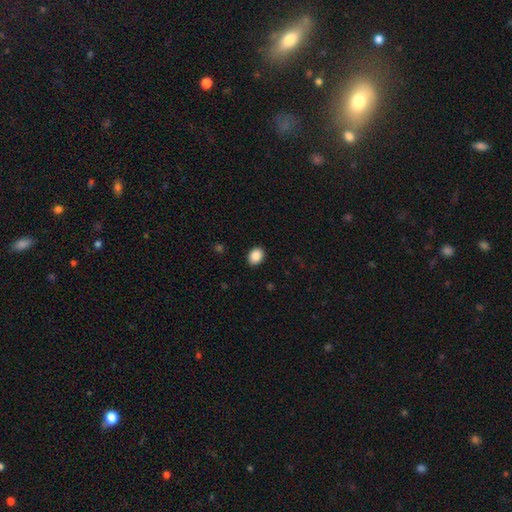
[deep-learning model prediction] This is clearly a smooth galaxy (89%). How rounded: likely in between (62%). Merging: clearly none (90%).